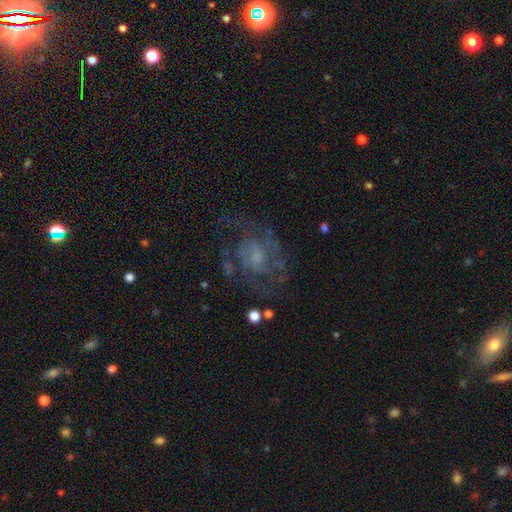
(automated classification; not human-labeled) smooth_or_featured: featured or disk (p=0.73) [alt: smooth p=0.17]
disk_edge_on: no (p=0.97) [alt: yes p=0.03]
bar: no (p=0.66) [alt: weak p=0.29]
has_spiral_arms: yes (p=0.73) [alt: no p=0.27]
spiral_winding: medium (p=0.45) [alt: tight p=0.35]
spiral_arm_count: can't tell (p=0.40) [alt: 2 p=0.32]
bulge_size: small (p=0.41) [alt: moderate p=0.29]
merging: none (p=0.56) [alt: major disturbance p=0.23]